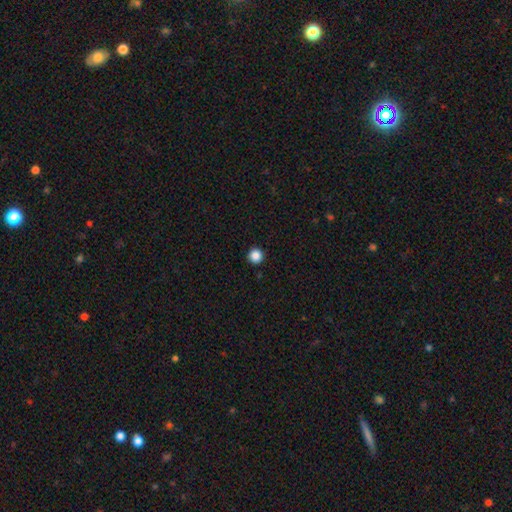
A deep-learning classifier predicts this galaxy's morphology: smooth-or-featured: smooth: 86% | star or artifact: 11% | featured or disk: 3%
  how-rounded: round: 97% | in between: 2% | cigar-shaped: 1%
  merging: none: 94% | minor disturbance: 4% | major disturbance: 1% | merger: 1%